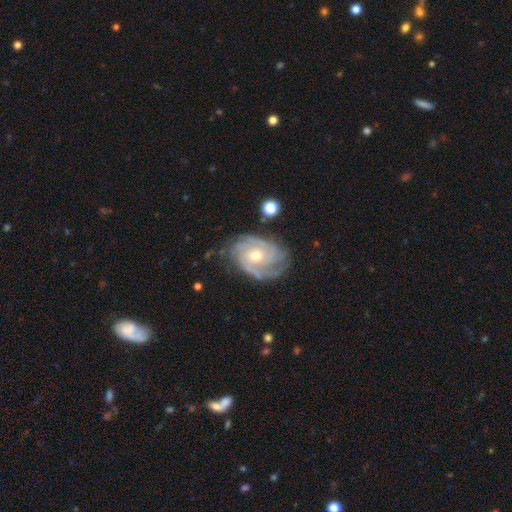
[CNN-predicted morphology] Smooth or featured? featured or disk (88%)
Edge-on disk? no (97%)
Bar? no (69%)
Spiral arms? yes (97%)
Spiral winding? tight (64%)
Spiral arm count? 3 (29%)
Bulge size? moderate (60%)
Merging? none (72%)